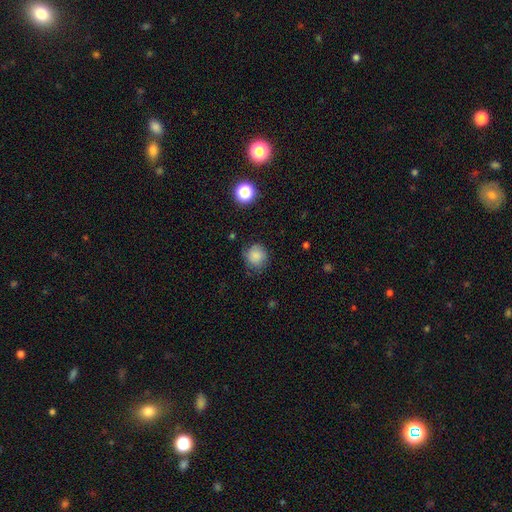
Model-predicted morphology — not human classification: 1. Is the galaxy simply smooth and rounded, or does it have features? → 82% smooth, 10% star or artifact, 8% featured or disk.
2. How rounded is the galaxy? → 88% round, 12% in between, 1% cigar-shaped.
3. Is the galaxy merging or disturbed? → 74% none, 19% minor disturbance, 5% major disturbance, 2% merger.